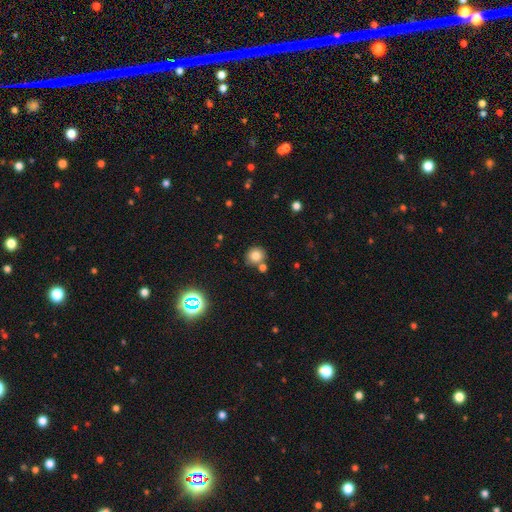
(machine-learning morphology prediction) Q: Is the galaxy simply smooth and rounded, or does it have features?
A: smooth — 79%.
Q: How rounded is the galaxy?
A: round — 86%.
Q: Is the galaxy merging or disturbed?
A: none — 73%.